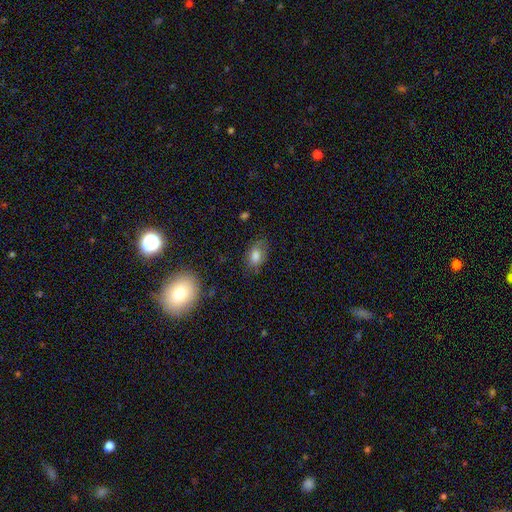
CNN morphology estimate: smooth-or-featured: smooth: 80% | featured or disk: 10% | star or artifact: 10%
  how-rounded: in between: 84% | round: 14% | cigar-shaped: 2%
  merging: none: 71% | minor disturbance: 21% | major disturbance: 6% | merger: 2%